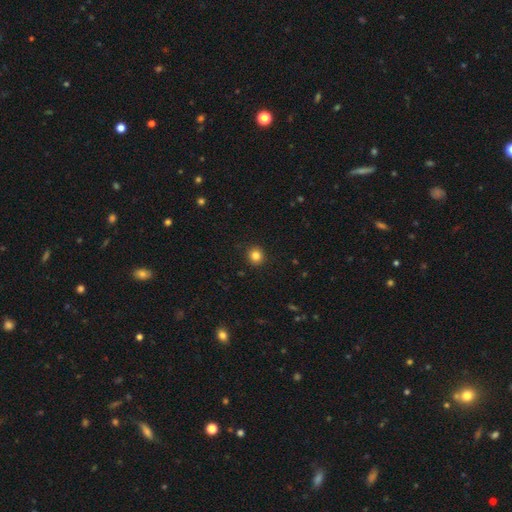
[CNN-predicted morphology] Smooth or featured?
  - smooth: 83% *
  - star or artifact: 12%
  - featured or disk: 5%
How rounded?
  - round: 89% *
  - in between: 10%
  - cigar-shaped: 1%
Merging?
  - none: 92% *
  - minor disturbance: 6%
  - major disturbance: 2%
  - merger: 1%